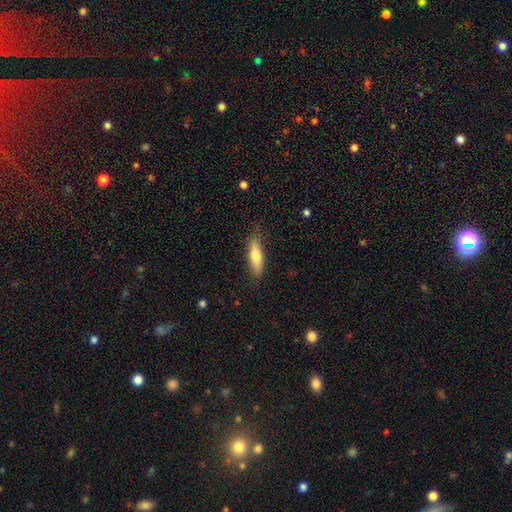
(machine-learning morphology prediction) Smooth or featured? smooth (71%)
How rounded? cigar-shaped (61%)
Merging? none (81%)